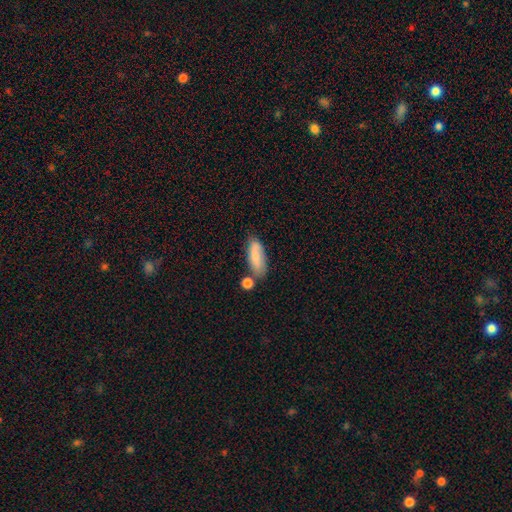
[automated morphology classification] This appears to be a smooth galaxy with no disk features (78%) that is in between round and cigar-shaped (66%). Merging: none (61%).